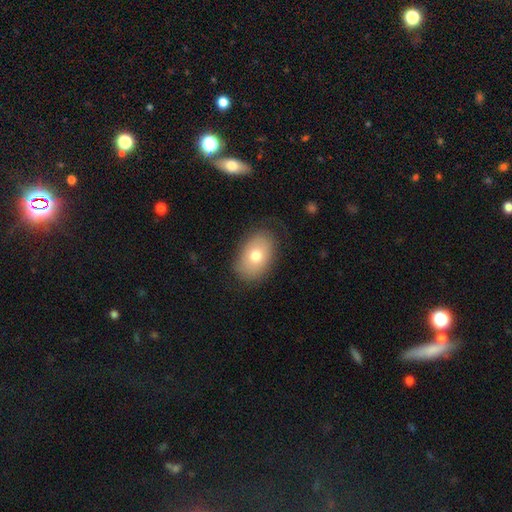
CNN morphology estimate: Smooth or featured: smooth — 74% (featured or disk — 19%)
How rounded: in between — 87% (round — 12%)
Merging: none — 77% (minor disturbance — 16%)